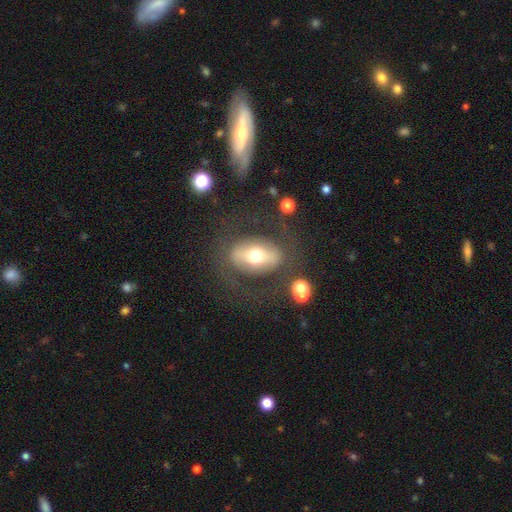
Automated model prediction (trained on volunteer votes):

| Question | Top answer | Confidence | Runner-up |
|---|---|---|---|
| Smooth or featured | featured or disk | 48% | smooth (43%) |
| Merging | none | 74% | minor disturbance (12%) |